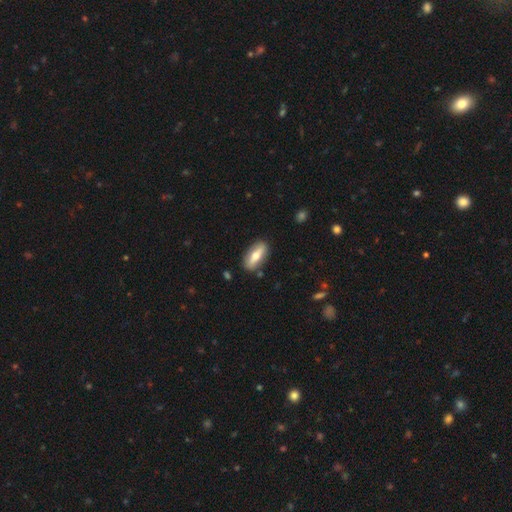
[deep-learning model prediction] smooth_or_featured: smooth (p=0.53) [alt: featured or disk p=0.41]
how_rounded: in between (p=0.73) [alt: cigar-shaped p=0.24]
merging: none (p=0.85) [alt: minor disturbance p=0.11]